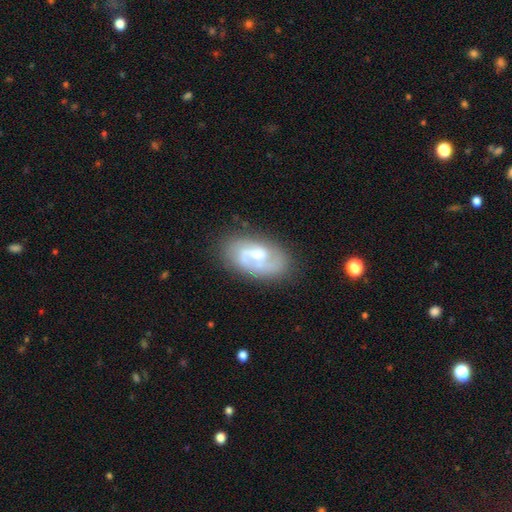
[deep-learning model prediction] The model was most divided on "bar": no: 47%, weak: 44%, strong: 8%. Remaining: edge-on disk — no (96%); spiral arms — yes (88%); smooth or featured — featured or disk (72%); merging — none (71%); spiral arm count — 2 (53%); bulge size — moderate (53%); spiral winding — medium (45%).